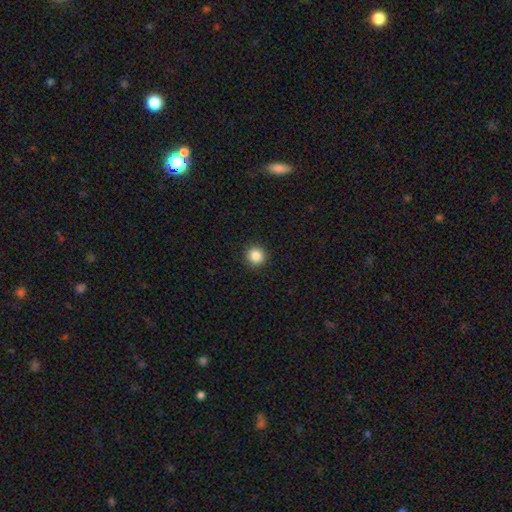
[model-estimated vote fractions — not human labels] The model was most divided on "smooth or featured": smooth: 86%, star or artifact: 10%, featured or disk: 4%. More confident: how rounded — round (94%); merging — none (92%).